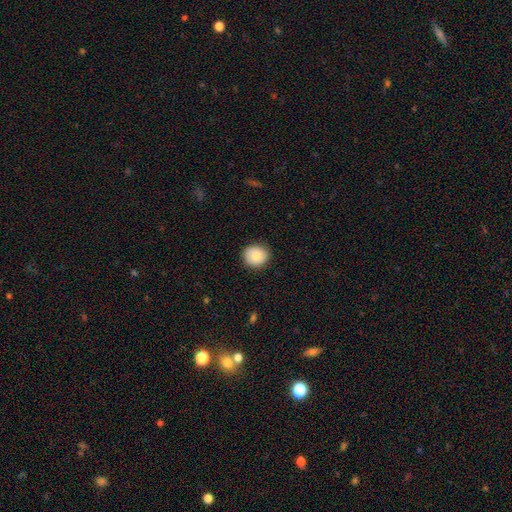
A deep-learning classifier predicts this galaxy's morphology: Q: Smooth or featured?
A: smooth (84%); runner-up: featured or disk (9%)
Q: How rounded?
A: round (83%); runner-up: in between (16%)
Q: Merging?
A: none (86%); runner-up: minor disturbance (11%)